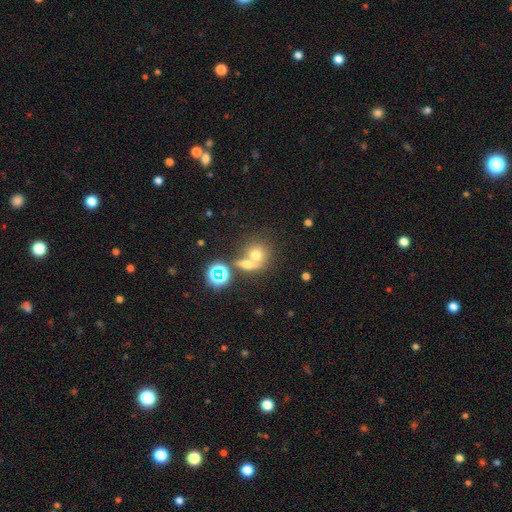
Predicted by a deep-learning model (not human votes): Smooth or featured?
  - smooth: 63% *
  - star or artifact: 19%
  - featured or disk: 18%
How rounded?
  - round: 77% *
  - in between: 21%
  - cigar-shaped: 2%
Merging?
  - merger: 51% *
  - none: 37%
  - minor disturbance: 7%
  - major disturbance: 5%